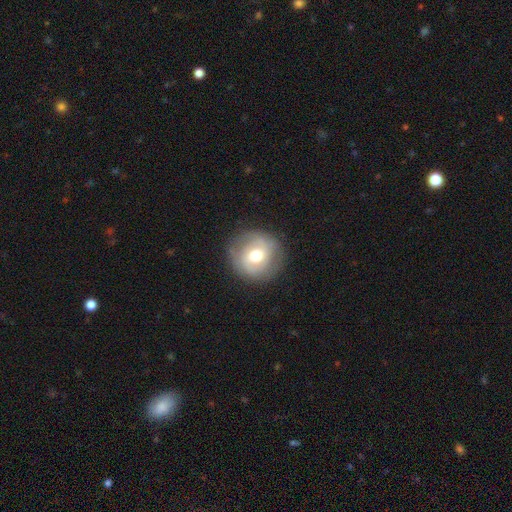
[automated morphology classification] smooth_or_featured: smooth (p=0.53) [alt: featured or disk p=0.39]
how_rounded: round (p=0.92) [alt: in between p=0.07]
merging: none (p=0.83) [alt: minor disturbance p=0.12]